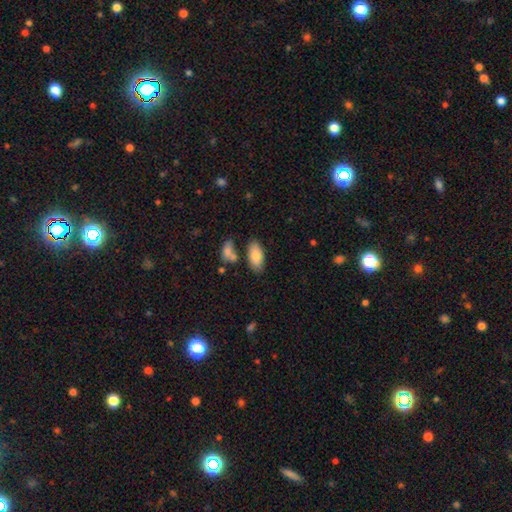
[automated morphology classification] smooth-or-featured: smooth: 82% | featured or disk: 12% | star or artifact: 6%
  how-rounded: in between: 91% | cigar-shaped: 6% | round: 2%
  merging: none: 70% | minor disturbance: 15% | merger: 12% | major disturbance: 4%